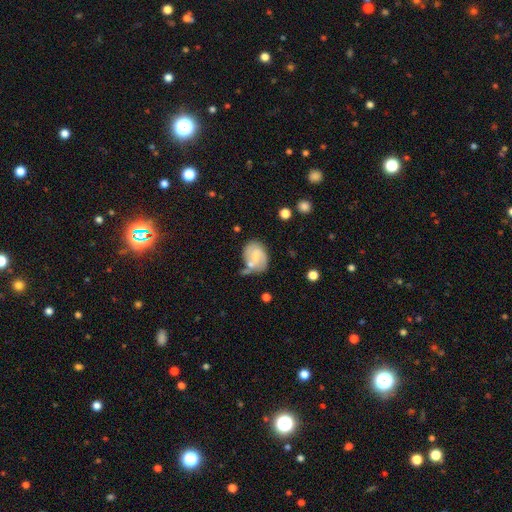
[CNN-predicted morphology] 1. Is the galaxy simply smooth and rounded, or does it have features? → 47% smooth, 45% featured or disk, 8% star or artifact.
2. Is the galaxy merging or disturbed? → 43% none, 26% minor disturbance, 19% merger, 11% major disturbance.